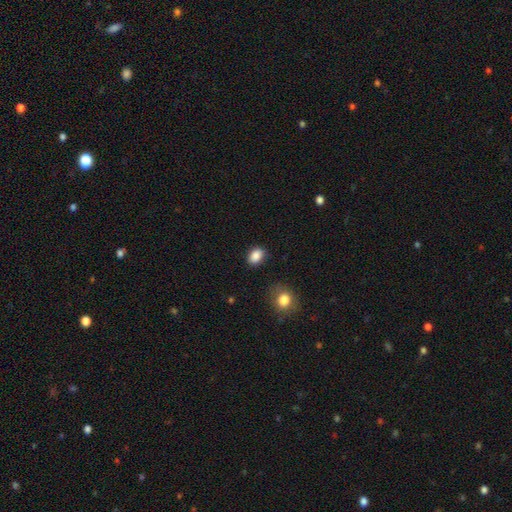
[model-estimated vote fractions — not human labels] smooth 87%, star or artifact 9%, featured or disk 4%. Down the decision tree: how rounded — in between (71%); merging — none (82%).